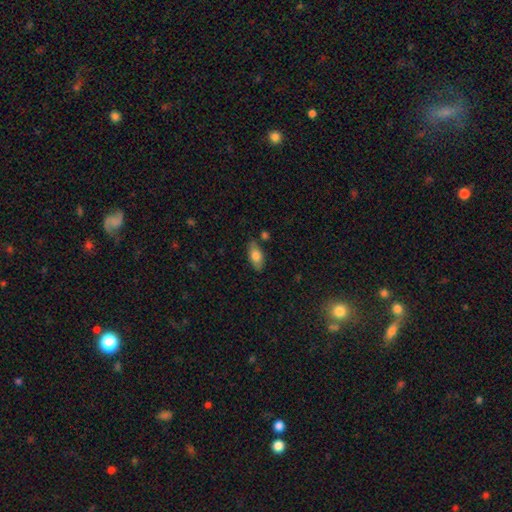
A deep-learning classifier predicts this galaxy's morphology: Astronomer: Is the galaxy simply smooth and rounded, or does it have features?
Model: smooth — 78%.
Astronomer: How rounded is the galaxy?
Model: in between — 89%.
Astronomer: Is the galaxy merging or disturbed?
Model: none — 79%.